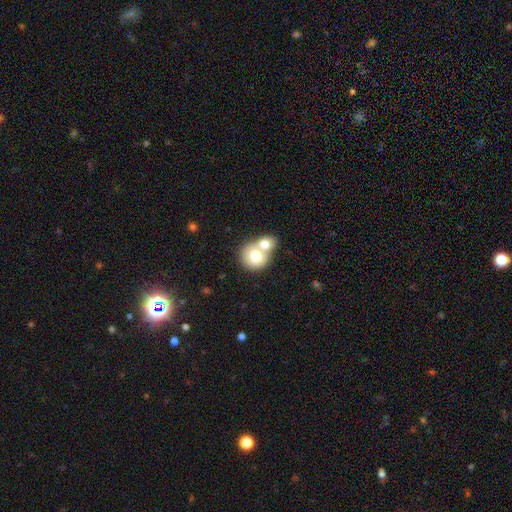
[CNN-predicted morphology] smooth-or-featured: smooth: 70% | featured or disk: 22% | star or artifact: 8%
  how-rounded: round: 72% | in between: 27% | cigar-shaped: 1%
  merging: merger: 70% | none: 22% | minor disturbance: 5% | major disturbance: 3%